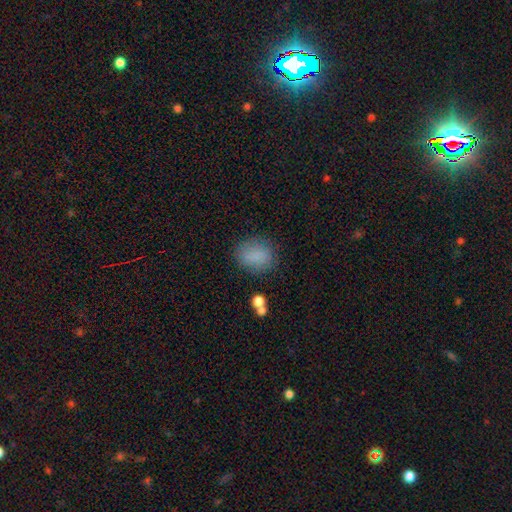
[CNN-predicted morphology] Smooth or featured? smooth (82%)
How rounded? round (52%)
Merging? none (79%)